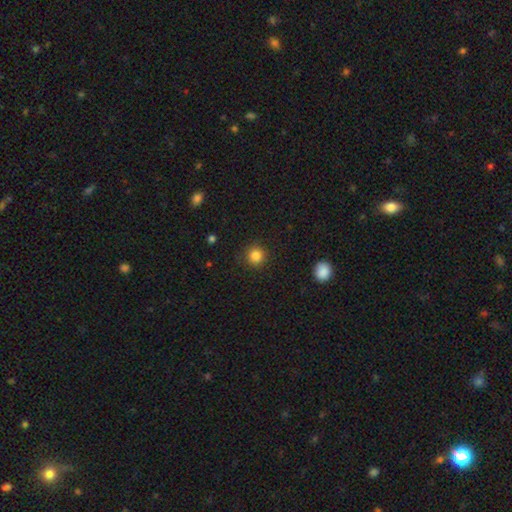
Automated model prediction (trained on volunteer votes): A smooth galaxy with no disk features (84%) that is round (94%).

Vote fractions:
- Smooth or featured? smooth: 84% / star or artifact: 11% / featured or disk: 4%
- How rounded? round: 94% / in between: 5% / cigar-shaped: 1%
- Merging? none: 90% / minor disturbance: 7% / major disturbance: 2% / merger: 1%